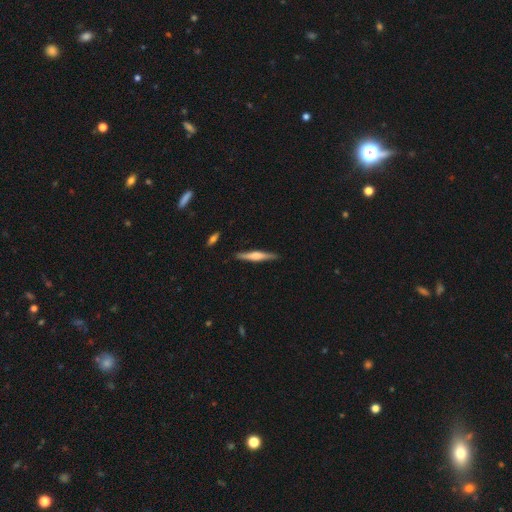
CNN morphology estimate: smooth-or-featured: featured or disk: 60% | smooth: 34% | star or artifact: 5%
  disk-edge-on: yes: 97% | no: 3%
    edge-on-bulge: rounded: 66% | boxy: 24% | none: 10%
  merging: none: 88% | minor disturbance: 9% | major disturbance: 2% | merger: 1%